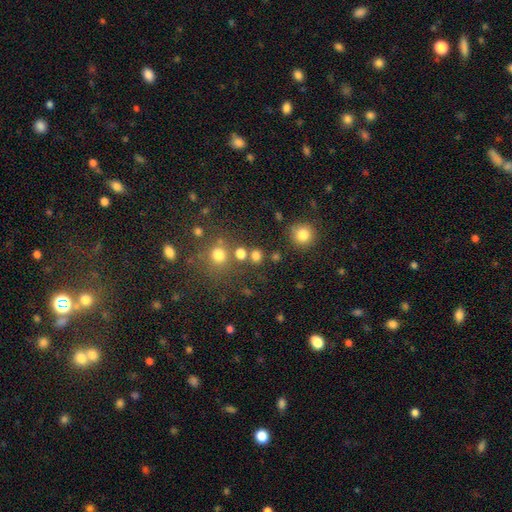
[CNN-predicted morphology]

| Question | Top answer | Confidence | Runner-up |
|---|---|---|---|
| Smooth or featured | smooth | 76% | star or artifact (18%) |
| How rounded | round | 87% | in between (12%) |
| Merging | none | 74% | merger (14%) |